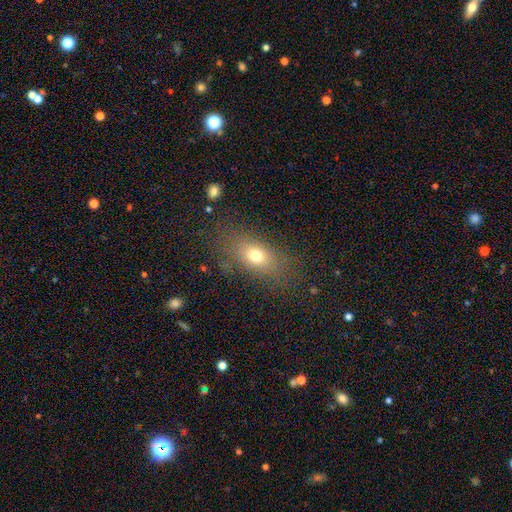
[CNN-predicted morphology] smooth-or-featured: smooth: 70% | featured or disk: 16% | star or artifact: 14%
  how-rounded: in between: 75% | round: 18% | cigar-shaped: 8%
  merging: none: 77% | minor disturbance: 13% | major disturbance: 8% | merger: 2%